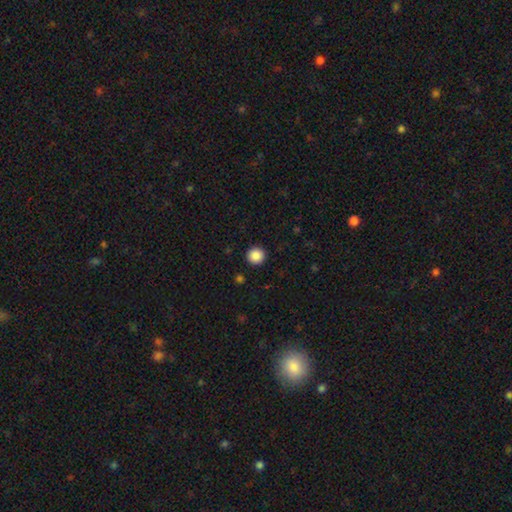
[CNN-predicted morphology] Smooth or featured: smooth — 88% (star or artifact — 9%)
How rounded: round — 95% (in between — 4%)
Merging: none — 93% (minor disturbance — 4%)